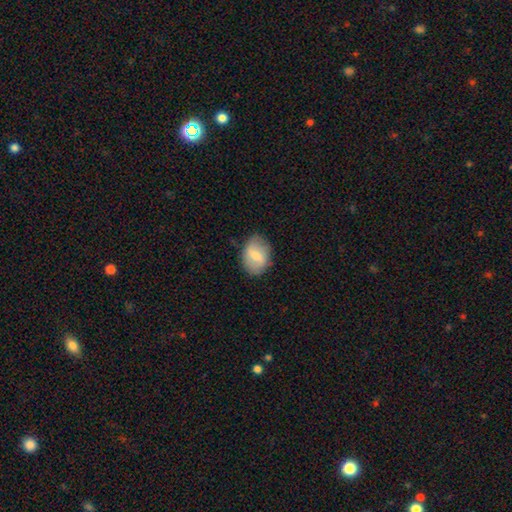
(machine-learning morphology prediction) This is likely a smooth galaxy (60%). How rounded: likely in between (77%). Merging: likely none (78%).